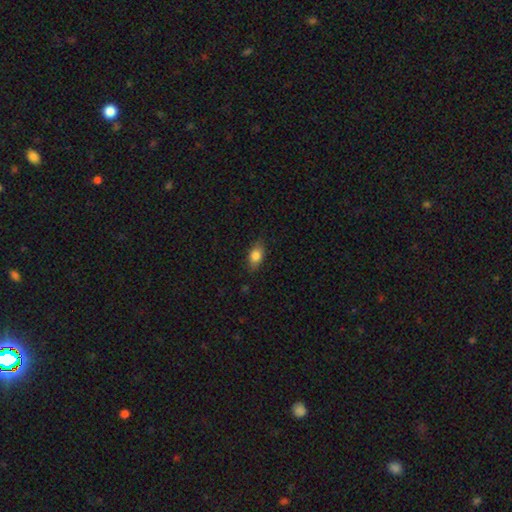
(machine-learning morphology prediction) Smooth or featured?
  - smooth: 78% *
  - featured or disk: 14%
  - star or artifact: 8%
How rounded?
  - in between: 82% *
  - round: 12%
  - cigar-shaped: 7%
Merging?
  - none: 80% *
  - minor disturbance: 16%
  - major disturbance: 3%
  - merger: 1%